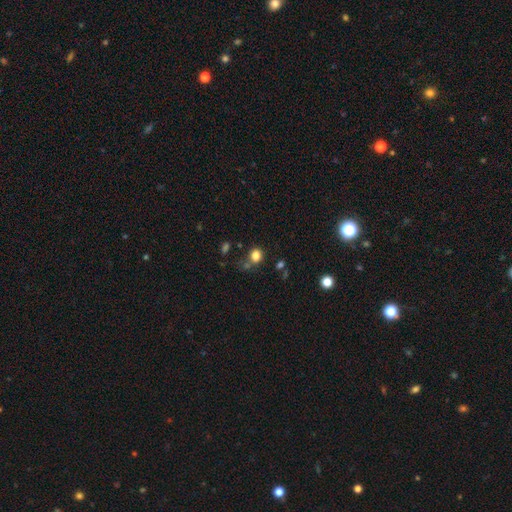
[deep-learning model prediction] The model was most divided on "how rounded": round: 64%, in between: 35%, cigar-shaped: 1%. More confident: smooth or featured — smooth (81%); merging — none (64%).